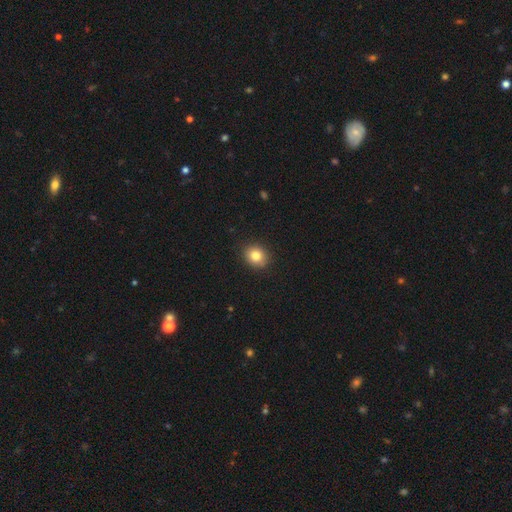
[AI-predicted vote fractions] A smooth galaxy with no disk features (82%) that is round (72%).

Vote fractions:
- Smooth or featured? smooth: 82% / star or artifact: 11% / featured or disk: 7%
- How rounded? round: 72% / in between: 27% / cigar-shaped: 1%
- Merging? none: 88% / minor disturbance: 9% / major disturbance: 2% / merger: 1%